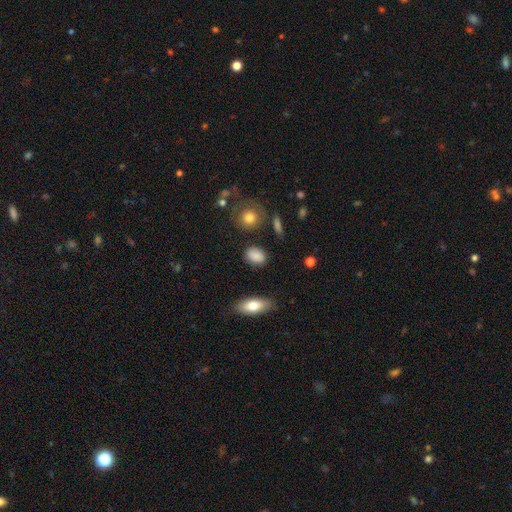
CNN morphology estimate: smooth-or-featured: smooth: 85% | star or artifact: 8% | featured or disk: 6%
  how-rounded: in between: 74% | round: 23% | cigar-shaped: 3%
  merging: none: 81% | minor disturbance: 13% | major disturbance: 4% | merger: 2%